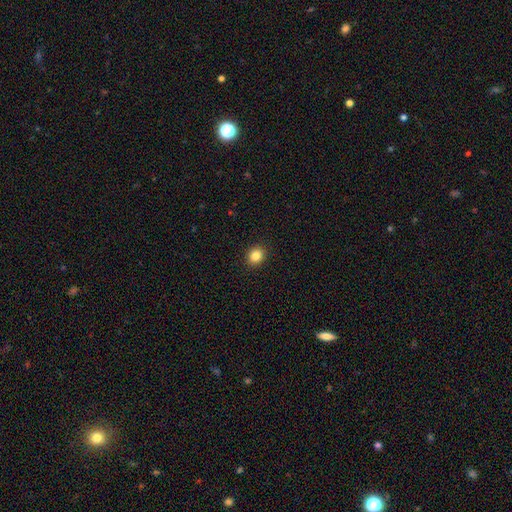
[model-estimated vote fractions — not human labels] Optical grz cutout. It shows a smooth galaxy with no disk features (85%) that is round (70%). Merging: none (92%).